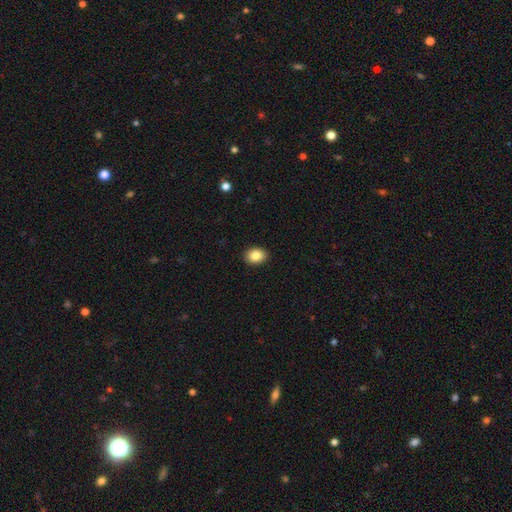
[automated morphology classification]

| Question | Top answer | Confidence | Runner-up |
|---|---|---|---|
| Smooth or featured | smooth | 86% | star or artifact (8%) |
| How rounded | in between | 65% | round (34%) |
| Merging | none | 91% | minor disturbance (7%) |